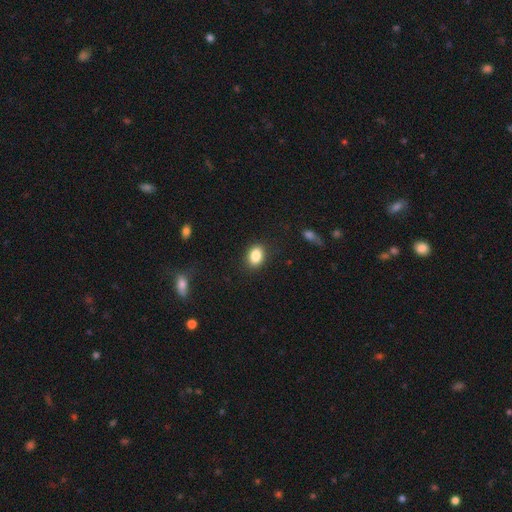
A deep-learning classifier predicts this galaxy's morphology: Overall: smooth (87%). How rounded: in between (76%). Merging: none (87%).